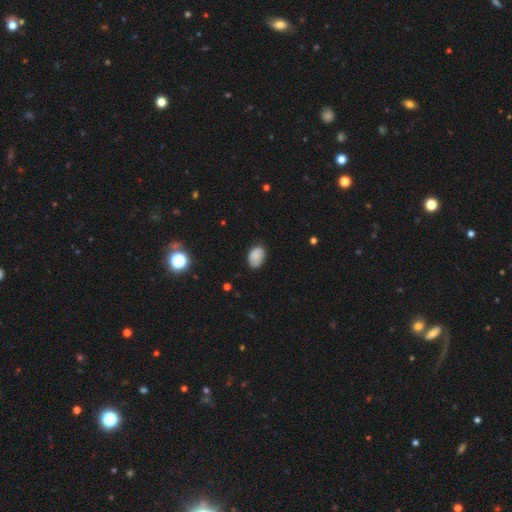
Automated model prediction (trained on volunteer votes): Smooth or featured? smooth (83%)
How rounded? in between (84%)
Merging? none (77%)